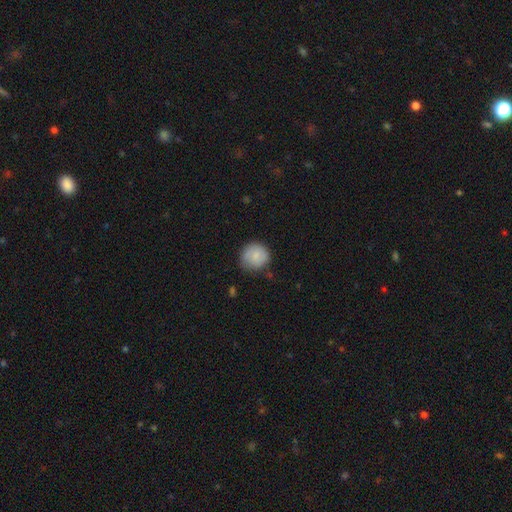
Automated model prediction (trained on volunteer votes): Smooth or featured: smooth — 80% (featured or disk — 13%)
How rounded: round — 88% (in between — 11%)
Merging: none — 73% (minor disturbance — 21%)